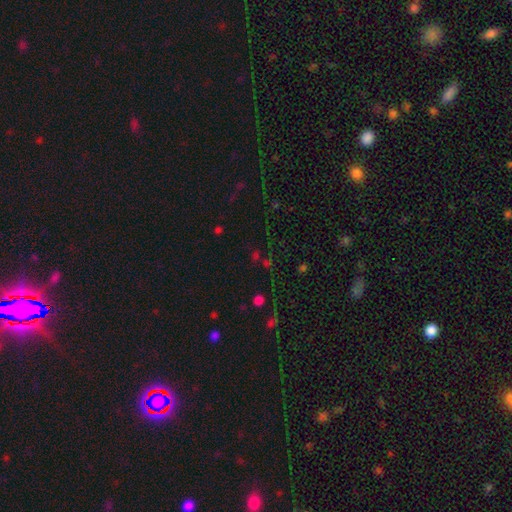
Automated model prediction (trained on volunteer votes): A star or artifact, not a galaxy (59%).